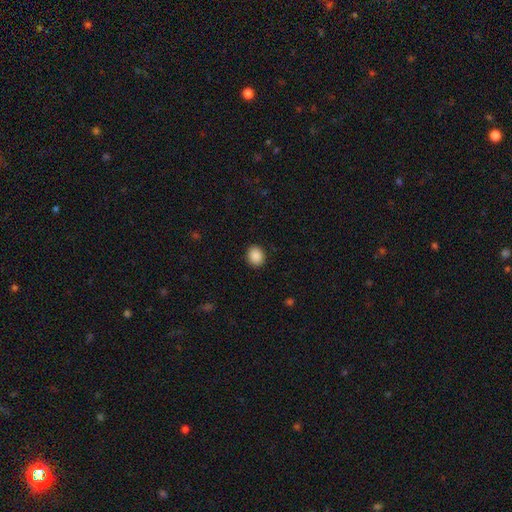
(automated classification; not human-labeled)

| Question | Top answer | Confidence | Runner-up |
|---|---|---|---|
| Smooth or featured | smooth | 89% | star or artifact (8%) |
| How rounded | round | 61% | in between (38%) |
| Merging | none | 90% | minor disturbance (7%) |